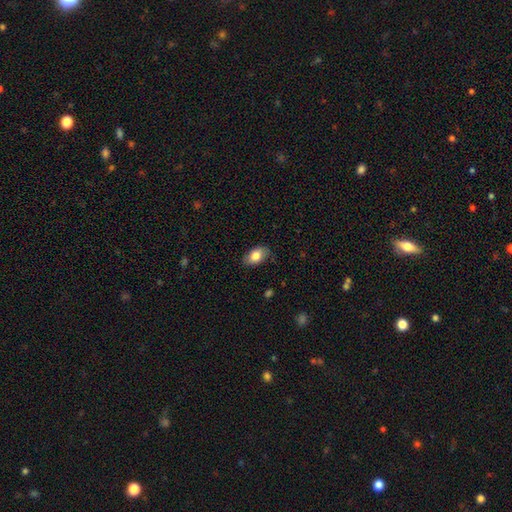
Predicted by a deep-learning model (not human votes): Smooth or featured? Predicted: smooth (p=0.80). How rounded? Predicted: in between (p=0.90). Merging? Predicted: none (p=0.81).